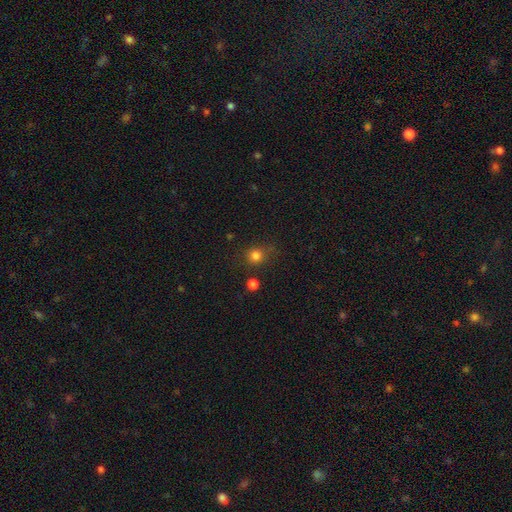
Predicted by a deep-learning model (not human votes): A smooth galaxy with no disk features (80%) that is round (87%). Merging: none (76%).